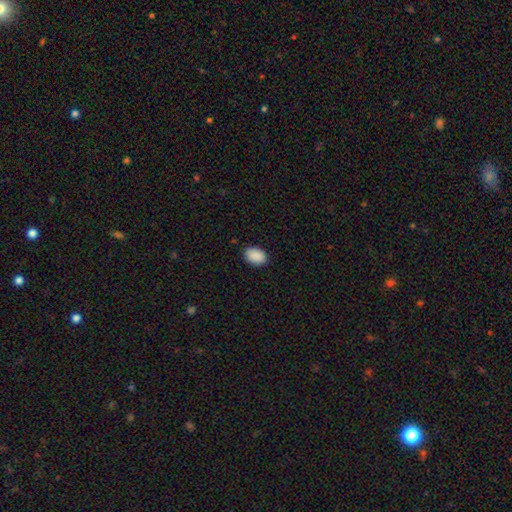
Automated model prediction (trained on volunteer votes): smooth 91%, star or artifact 7%, featured or disk 2%. Down the decision tree: how rounded — in between (87%); merging — none (88%).